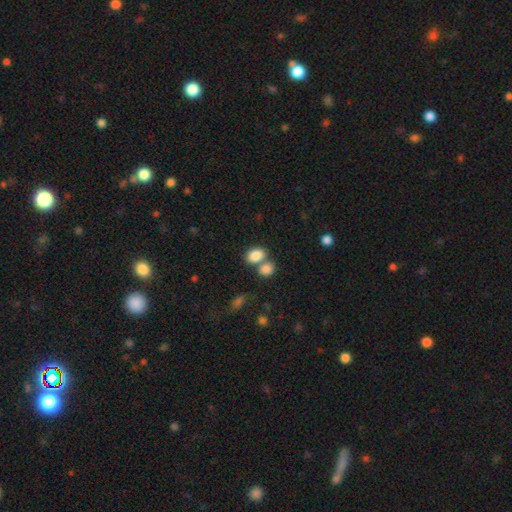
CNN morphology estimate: This appears to be a smooth galaxy with no disk features (84%) that is in between round and cigar-shaped (73%). Merging: none (45%).